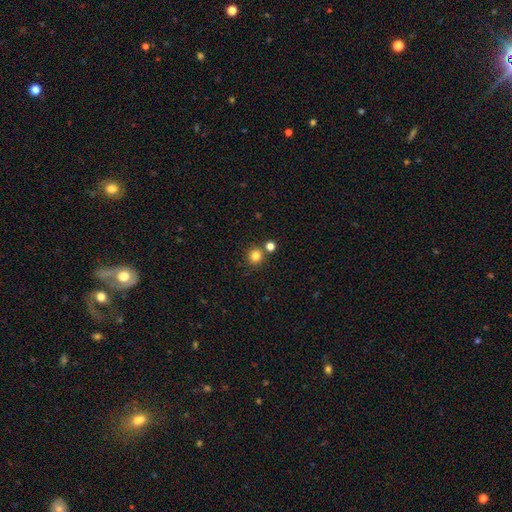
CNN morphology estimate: This appears to be a smooth galaxy with no disk features (81%) that is round (92%). Merging: none (77%).